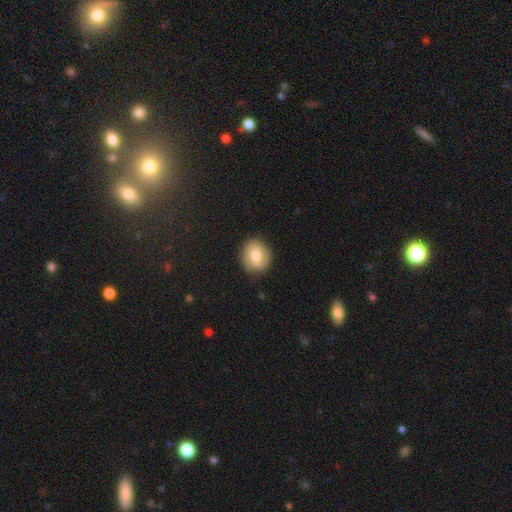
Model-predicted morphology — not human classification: smooth-or-featured: smooth: 71% | featured or disk: 22% | star or artifact: 8%
  how-rounded: round: 74% | in between: 25% | cigar-shaped: 1%
  merging: none: 85% | minor disturbance: 11% | major disturbance: 3% | merger: 1%